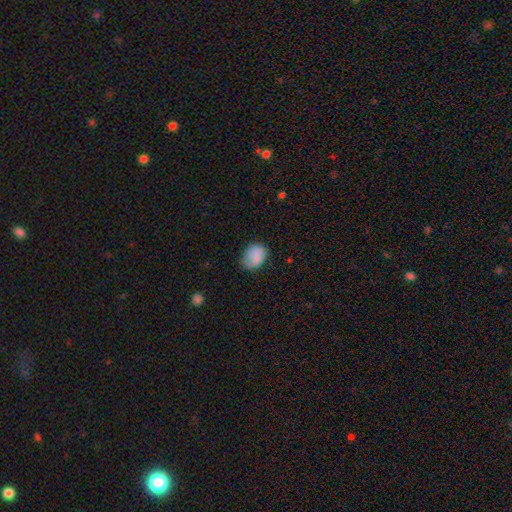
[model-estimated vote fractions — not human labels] A smooth galaxy with no disk features (83%) that is in between round and cigar-shaped (71%). Merging: none (64%).